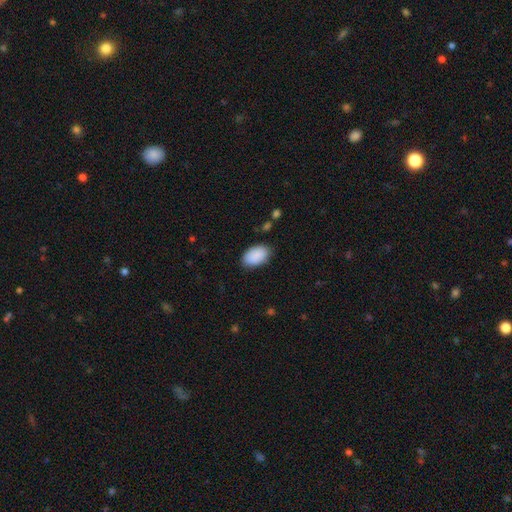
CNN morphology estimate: type=smooth (91%); roundness=in between (93%); merging=none (84%).